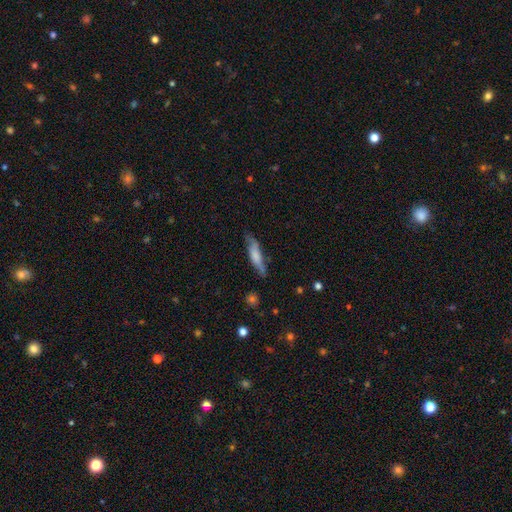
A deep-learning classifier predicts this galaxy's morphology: Q: Smooth or featured?
A: smooth (66%); runner-up: featured or disk (28%)
Q: How rounded?
A: cigar-shaped (70%); runner-up: in between (29%)
Q: Merging?
A: none (62%); runner-up: minor disturbance (27%)